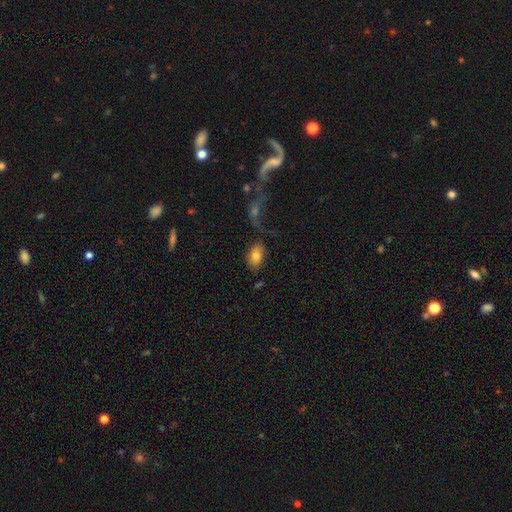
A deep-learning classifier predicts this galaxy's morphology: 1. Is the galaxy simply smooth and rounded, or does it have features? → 74% smooth, 18% featured or disk, 8% star or artifact.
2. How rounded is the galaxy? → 88% in between, 11% round, 2% cigar-shaped.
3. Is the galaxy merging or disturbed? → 57% none, 16% minor disturbance, 14% merger, 13% major disturbance.